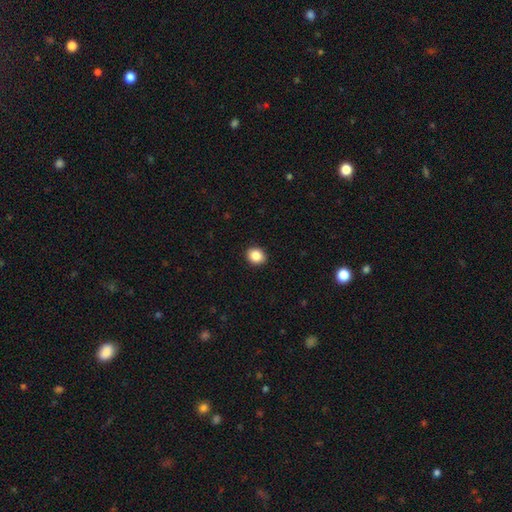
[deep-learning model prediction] A smooth galaxy with no disk features (86%) that is round (64%).

Vote fractions:
- Smooth or featured? smooth: 86% / star or artifact: 9% / featured or disk: 4%
- How rounded? round: 64% / in between: 35% / cigar-shaped: 1%
- Merging? none: 91% / minor disturbance: 6% / major disturbance: 2% / merger: 1%